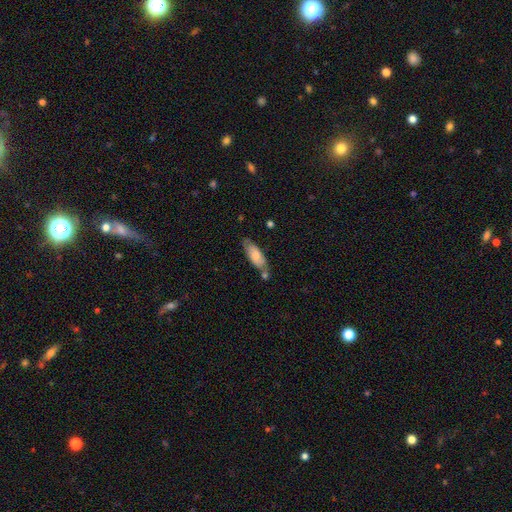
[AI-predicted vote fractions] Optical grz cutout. It shows a smooth galaxy with no disk features (71%) that is in between round and cigar-shaped (63%). Merging: none (62%).